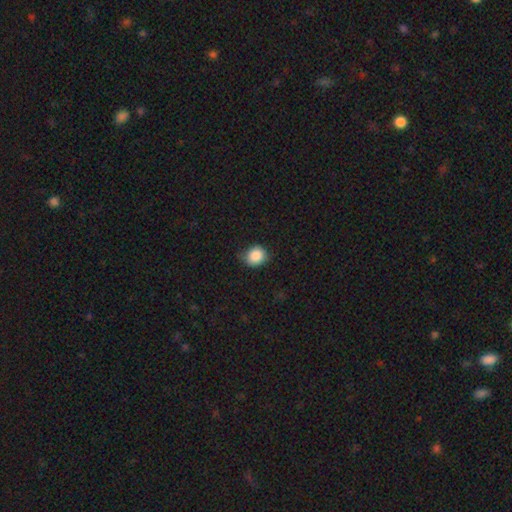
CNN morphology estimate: Overall: smooth (87%). How rounded: round (75%). Merging: none (72%).